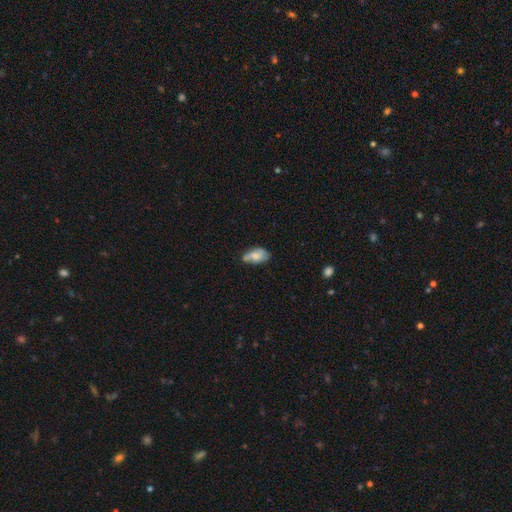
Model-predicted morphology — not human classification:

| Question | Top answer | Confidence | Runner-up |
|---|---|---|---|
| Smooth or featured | smooth | 65% | featured or disk (27%) |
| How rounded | in between | 92% | round (5%) |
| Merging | none | 51% | minor disturbance (35%) |